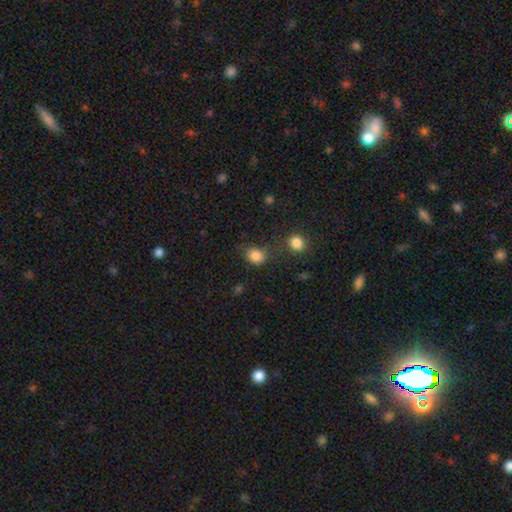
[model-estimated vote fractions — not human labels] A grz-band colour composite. It shows a smooth galaxy with no disk features (84%) that is round (50%). Merging: none (56%).